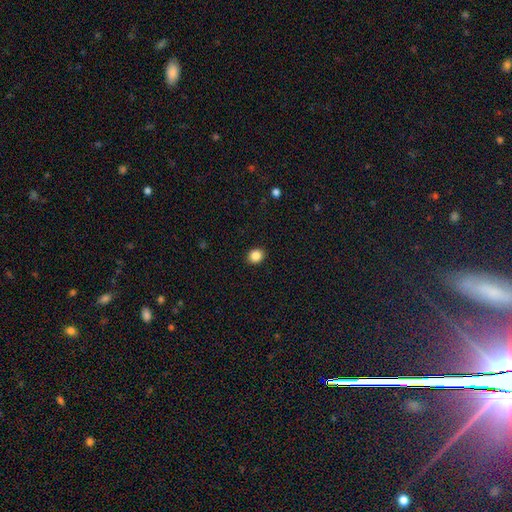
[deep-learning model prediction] Smooth or featured?
  - smooth: 86% *
  - star or artifact: 10%
  - featured or disk: 4%
How rounded?
  - round: 67% *
  - in between: 32%
  - cigar-shaped: 1%
Merging?
  - none: 91% *
  - minor disturbance: 6%
  - major disturbance: 2%
  - merger: 1%